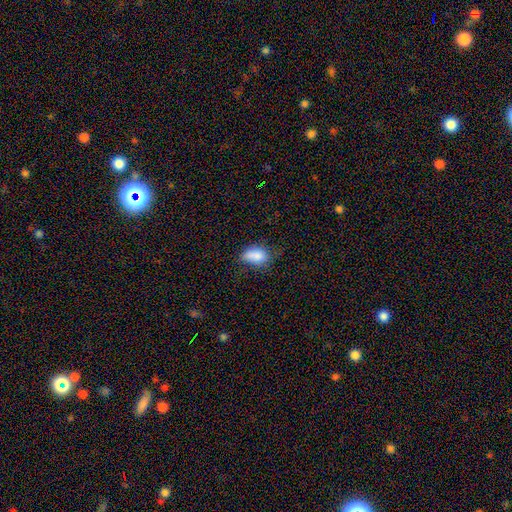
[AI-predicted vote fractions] Smooth or featured: smooth — 83% (star or artifact — 9%)
How rounded: in between — 88% (round — 9%)
Merging: none — 47% (minor disturbance — 36%)